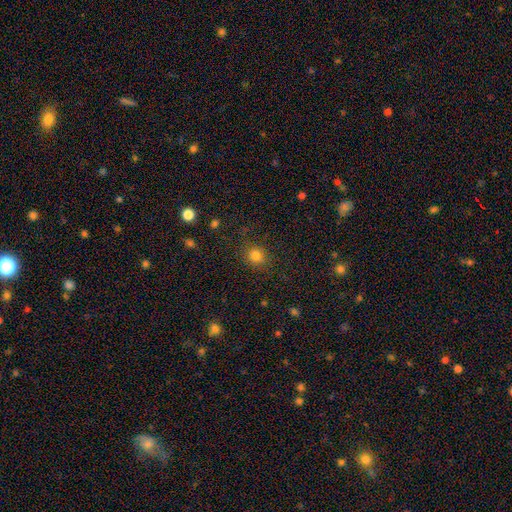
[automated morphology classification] A smooth galaxy with no disk features (81%) that is round (82%).

Vote fractions:
- Smooth or featured? smooth: 81% / star or artifact: 13% / featured or disk: 5%
- How rounded? round: 82% / in between: 18% / cigar-shaped: 1%
- Merging? none: 84% / minor disturbance: 10% / major disturbance: 4% / merger: 2%